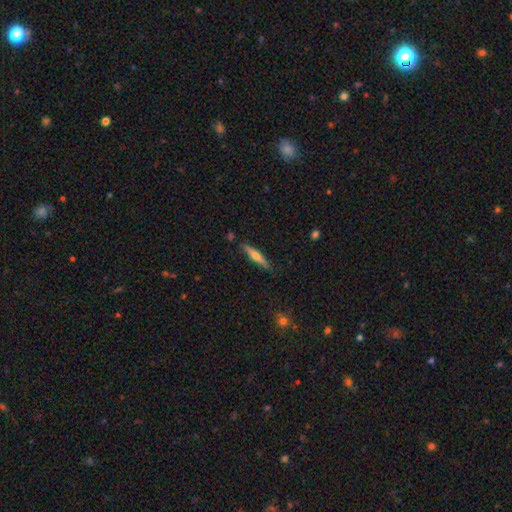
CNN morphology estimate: featured or disk 49%, smooth 45%, star or artifact 6%. Down the decision tree: merging — none (86%).